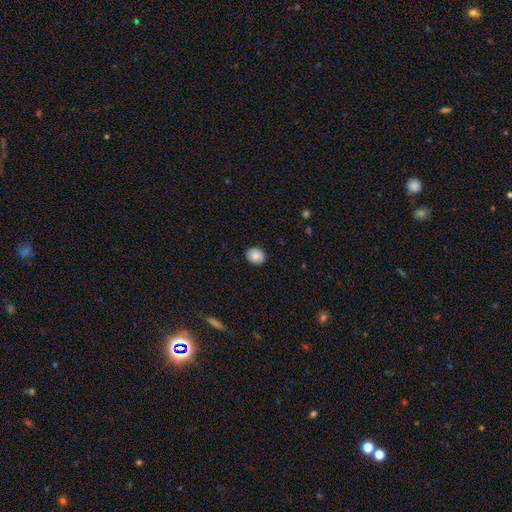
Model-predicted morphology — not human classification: This appears to be a smooth galaxy with no disk features (87%) that is round (71%). Merging: none (90%).